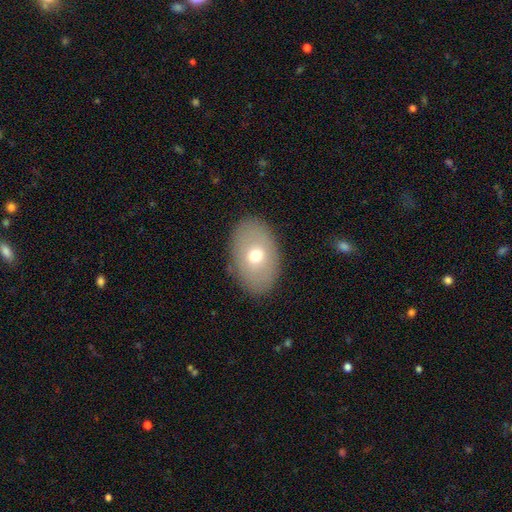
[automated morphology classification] Smooth or featured: smooth — 64% (featured or disk — 27%)
How rounded: in between — 84% (round — 15%)
Merging: none — 86% (minor disturbance — 10%)